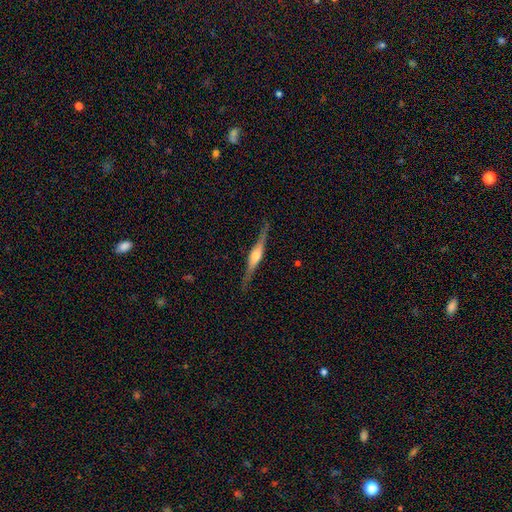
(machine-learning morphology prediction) A featured or disk galaxy (76%) viewed edge-on (97%) with a rounded central bulge (85%). Merging: none (84%).